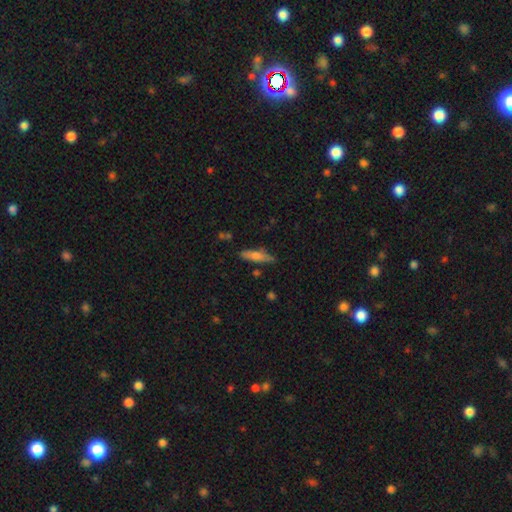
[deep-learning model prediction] Smooth or featured? Predicted: smooth (p=0.58). How rounded? Predicted: cigar-shaped (p=0.75). Merging? Predicted: none (p=0.81).